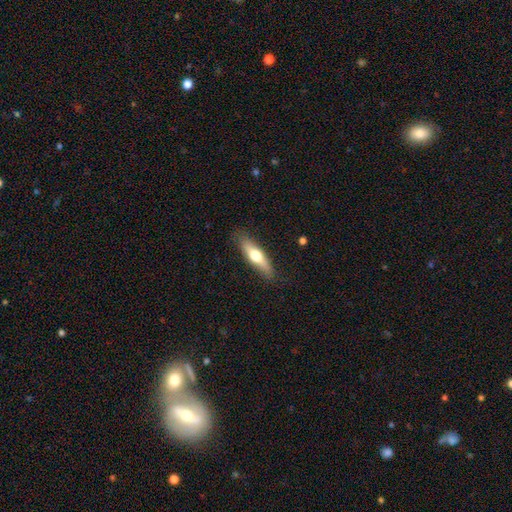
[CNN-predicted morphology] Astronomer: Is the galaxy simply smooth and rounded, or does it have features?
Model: smooth — 53% (runner-up: featured or disk, 42%).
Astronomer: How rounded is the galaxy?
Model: cigar-shaped — 67%.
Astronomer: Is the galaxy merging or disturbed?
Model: none — 85%.